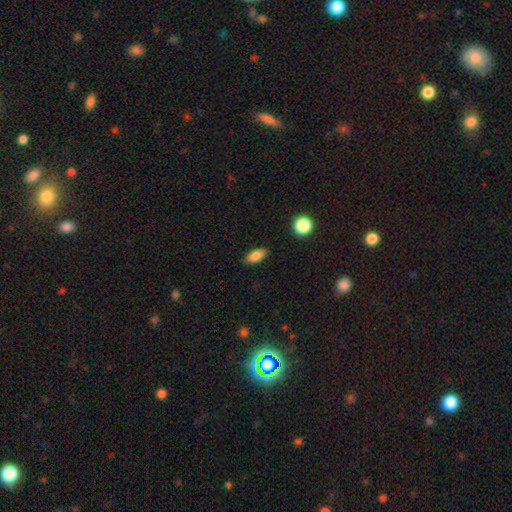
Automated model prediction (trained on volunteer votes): Smooth or featured?
  - smooth: 85% *
  - star or artifact: 8%
  - featured or disk: 7%
How rounded?
  - in between: 86% *
  - cigar-shaped: 10%
  - round: 4%
Merging?
  - none: 86% *
  - minor disturbance: 10%
  - major disturbance: 2%
  - merger: 1%